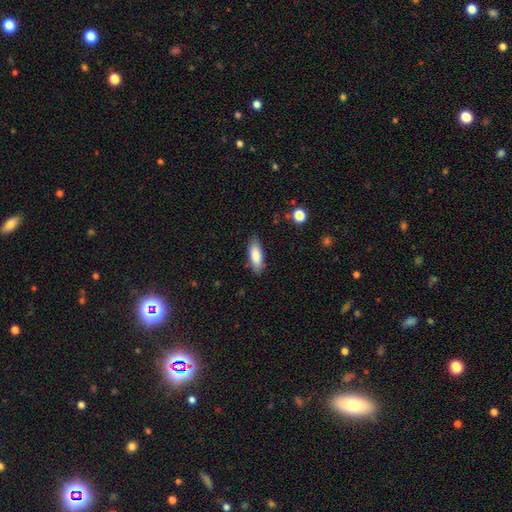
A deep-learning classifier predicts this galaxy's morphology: smooth-or-featured: smooth: 83% | featured or disk: 11% | star or artifact: 6%
  how-rounded: in between: 66% | cigar-shaped: 32% | round: 2%
  merging: none: 84% | minor disturbance: 12% | major disturbance: 2% | merger: 1%